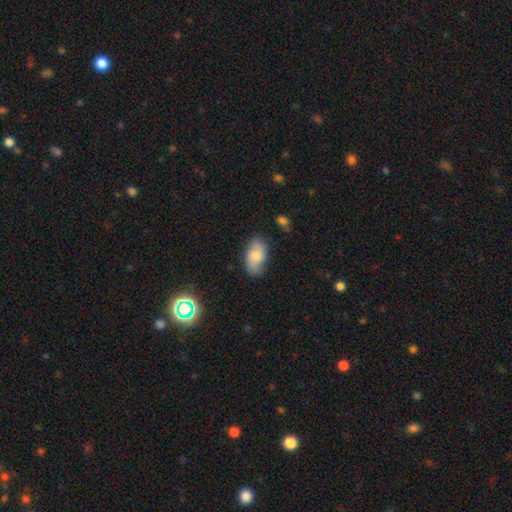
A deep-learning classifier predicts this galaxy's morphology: Overall: smooth (67%). How rounded: in between (93%). Merging: none (74%).